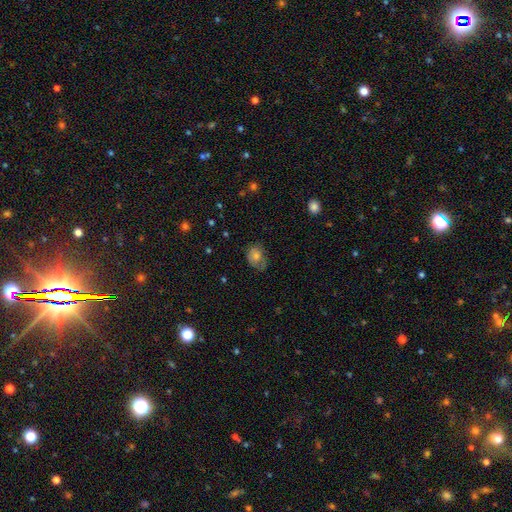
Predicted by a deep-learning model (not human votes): Morphology: type=smooth (62%); roundness=in between (57%); merging=none (52%).